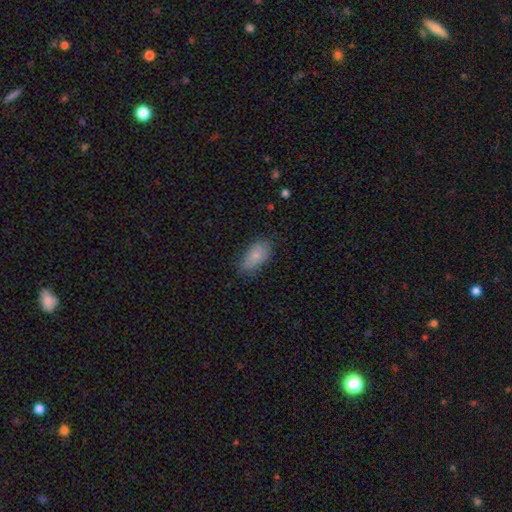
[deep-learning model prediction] Q: Smooth or featured?
A: smooth (81%); runner-up: featured or disk (12%)
Q: How rounded?
A: in between (91%); runner-up: cigar-shaped (5%)
Q: Merging?
A: none (71%); runner-up: minor disturbance (22%)